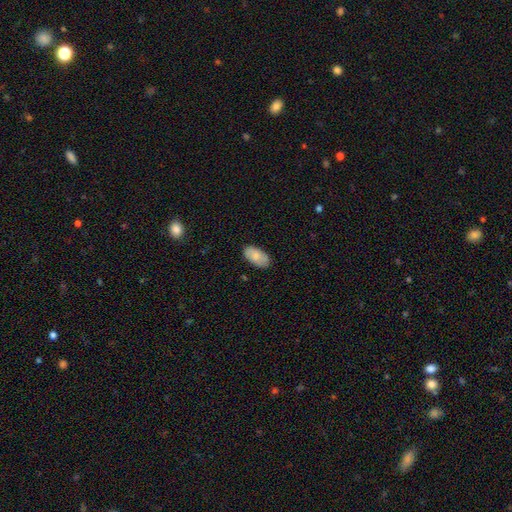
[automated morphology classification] Smooth or featured?
  - smooth: 81% *
  - featured or disk: 13%
  - star or artifact: 6%
How rounded?
  - in between: 95% *
  - round: 3%
  - cigar-shaped: 2%
Merging?
  - none: 84% *
  - minor disturbance: 13%
  - major disturbance: 2%
  - merger: 1%